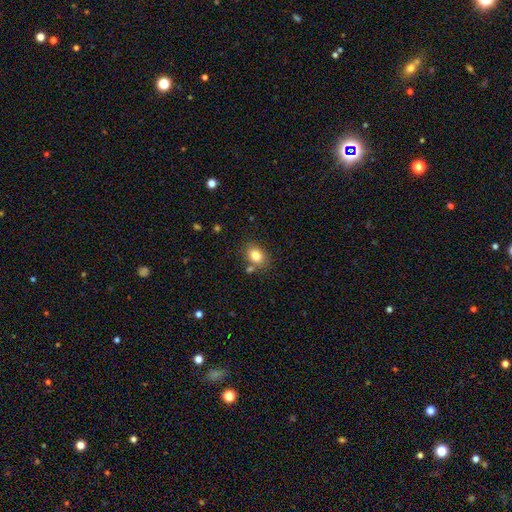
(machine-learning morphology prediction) This appears to be a smooth galaxy with no disk features (81%) that is in between round and cigar-shaped (65%). Merging: none (74%).